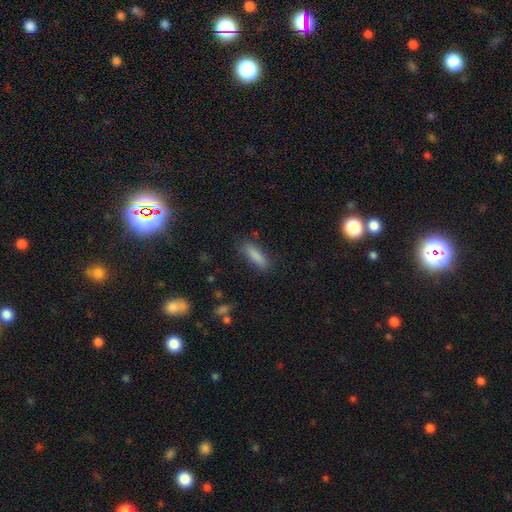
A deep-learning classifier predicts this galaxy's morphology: Smooth or featured?
  - smooth: 86% *
  - star or artifact: 7%
  - featured or disk: 7%
How rounded?
  - cigar-shaped: 55% *
  - in between: 43%
  - round: 2%
Merging?
  - none: 82% *
  - minor disturbance: 13%
  - major disturbance: 3%
  - merger: 2%